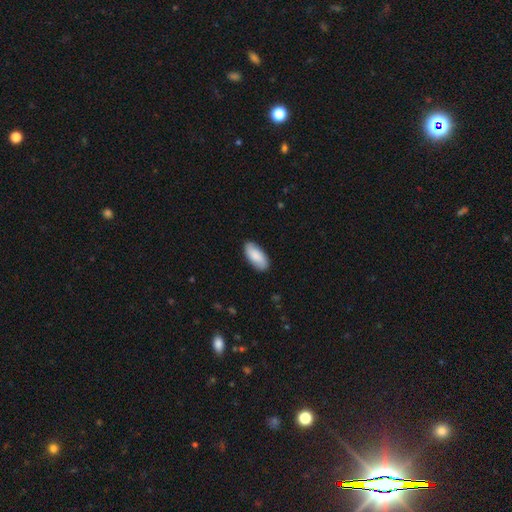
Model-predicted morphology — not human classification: Smooth or featured? smooth (83%)
How rounded? in between (90%)
Merging? none (87%)